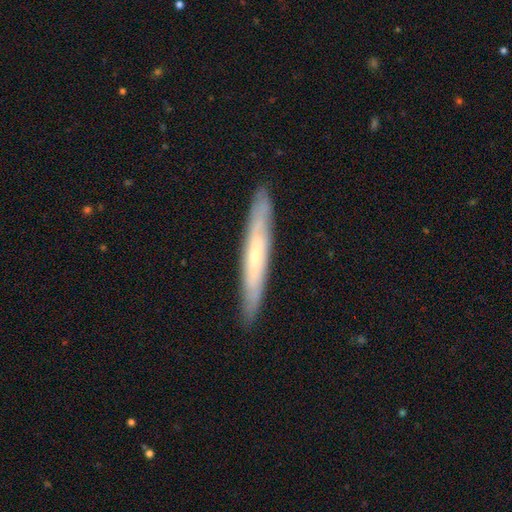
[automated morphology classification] type=featured or disk (55%); edge-on=yes (78%); merging=none (88%).